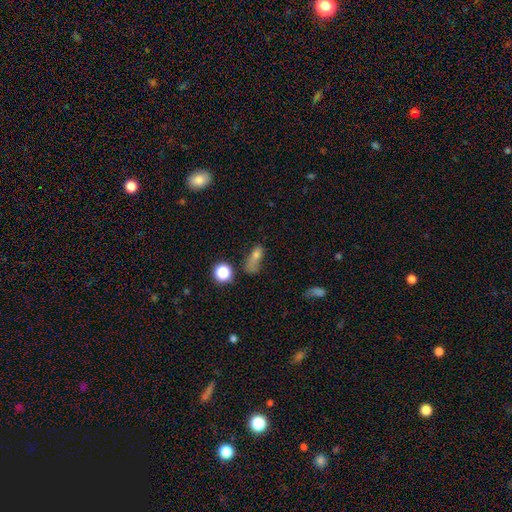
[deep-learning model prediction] A smooth galaxy with no disk features (59%) that is in between round and cigar-shaped (62%). Merging: none (36%).